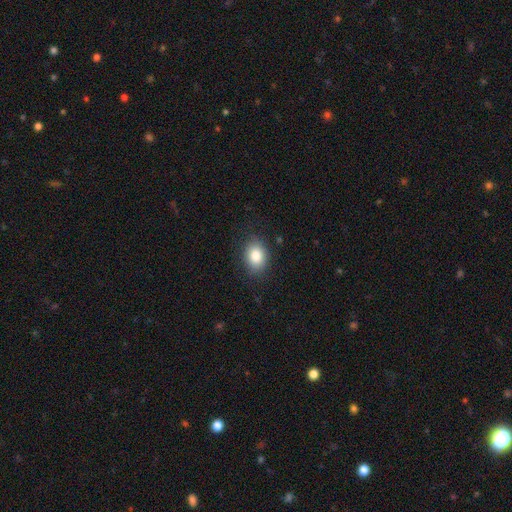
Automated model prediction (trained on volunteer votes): This appears to be a smooth galaxy with no disk features (85%) that is in between round and cigar-shaped (68%). Merging: none (83%).